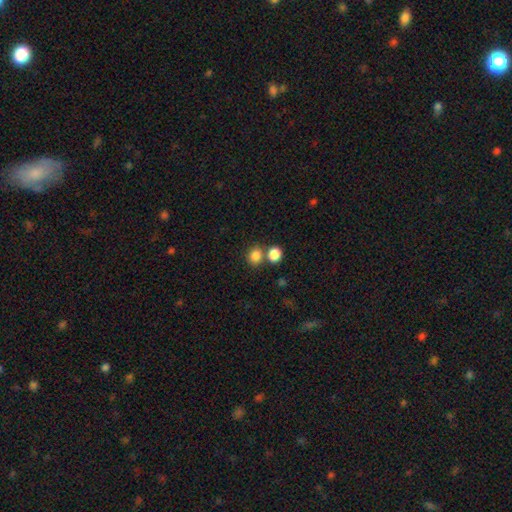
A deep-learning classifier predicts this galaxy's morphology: Overall: smooth (84%). How rounded: round (70%). Merging: none (58%; merger 31%).